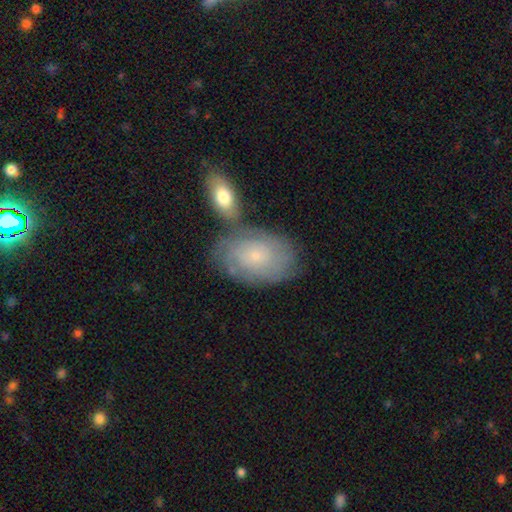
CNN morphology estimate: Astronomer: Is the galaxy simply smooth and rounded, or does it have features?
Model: featured or disk — 54% (runner-up: smooth, 38%).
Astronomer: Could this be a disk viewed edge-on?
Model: no — 94%.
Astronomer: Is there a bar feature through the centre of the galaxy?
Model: no — 84%.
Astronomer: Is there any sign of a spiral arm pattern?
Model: yes — 76%.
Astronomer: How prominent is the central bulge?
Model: small — 81%.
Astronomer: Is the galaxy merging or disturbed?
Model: none — 58%.